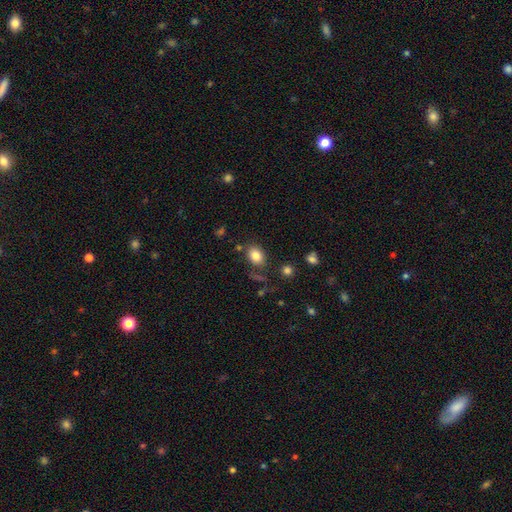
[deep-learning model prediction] Morphology: type=smooth (82%); roundness=in between (73%); merging=none (77%).